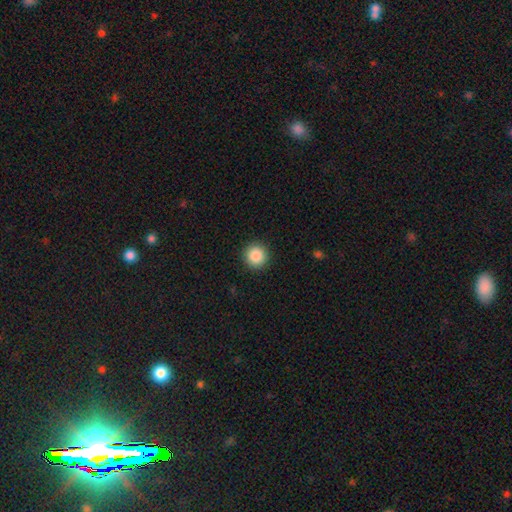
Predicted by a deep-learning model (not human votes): Smooth or featured?
  - smooth: 87% *
  - star or artifact: 9%
  - featured or disk: 4%
How rounded?
  - round: 95% *
  - in between: 4%
  - cigar-shaped: 1%
Merging?
  - none: 92% *
  - minor disturbance: 5%
  - major disturbance: 2%
  - merger: 1%